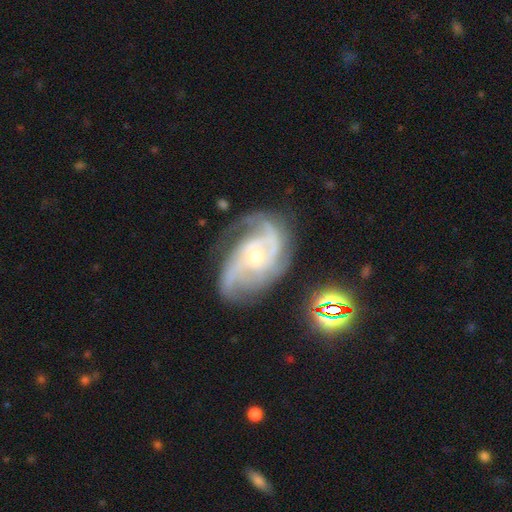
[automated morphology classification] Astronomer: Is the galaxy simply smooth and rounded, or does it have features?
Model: featured or disk — 90%.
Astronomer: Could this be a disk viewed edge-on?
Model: no — 97%.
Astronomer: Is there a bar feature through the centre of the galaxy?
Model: no — 58%.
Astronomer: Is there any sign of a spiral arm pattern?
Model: yes — 98%.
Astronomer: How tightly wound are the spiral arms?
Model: medium — 50% (runner-up: tight, 33%).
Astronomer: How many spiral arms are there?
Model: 2 — 42% (runner-up: 3, 31%).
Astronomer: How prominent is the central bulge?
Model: small — 60% (runner-up: moderate, 37%).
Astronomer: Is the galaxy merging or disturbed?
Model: none — 65%.